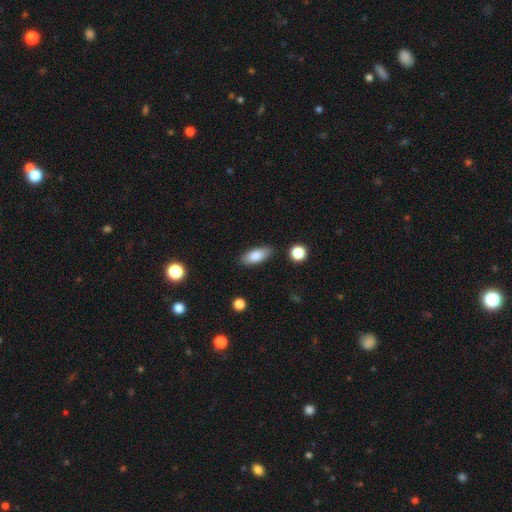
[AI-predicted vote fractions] smooth_or_featured: smooth (p=0.81) [alt: featured or disk p=0.12]
how_rounded: in between (p=0.79) [alt: cigar-shaped p=0.18]
merging: none (p=0.84) [alt: minor disturbance p=0.11]